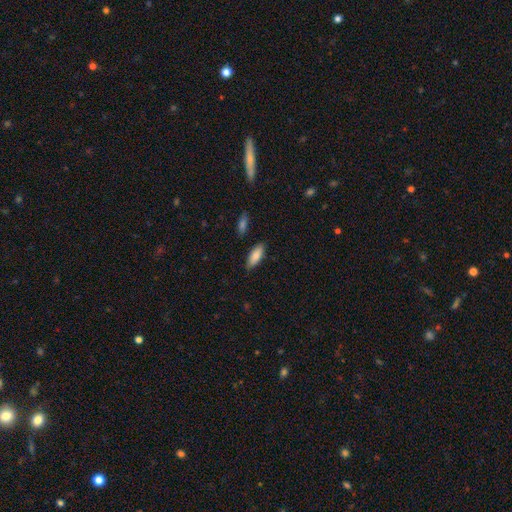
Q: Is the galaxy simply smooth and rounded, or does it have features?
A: smooth — 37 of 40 (92%).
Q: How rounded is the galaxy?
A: in between — 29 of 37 (78%).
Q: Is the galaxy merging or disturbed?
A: none — 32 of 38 (84%).